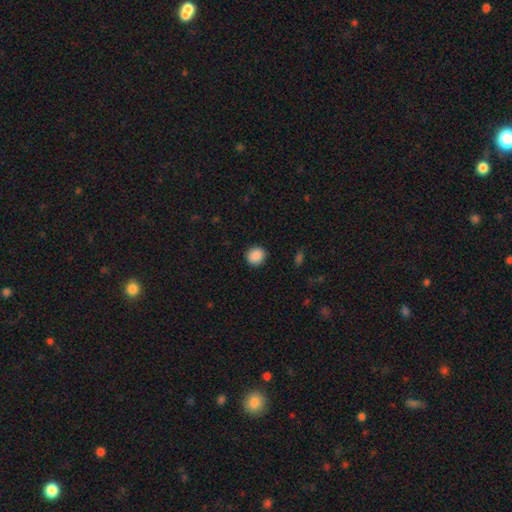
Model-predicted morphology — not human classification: Smooth or featured? Predicted: smooth (p=0.89). How rounded? Predicted: round (p=0.83). Merging? Predicted: none (p=0.90).